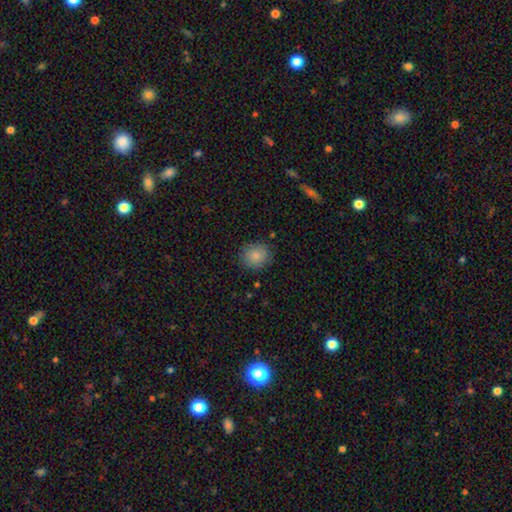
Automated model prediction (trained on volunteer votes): smooth-or-featured: smooth: 85% | star or artifact: 9% | featured or disk: 6%
  how-rounded: round: 81% | in between: 18% | cigar-shaped: 1%
  merging: none: 86% | minor disturbance: 10% | major disturbance: 3% | merger: 1%